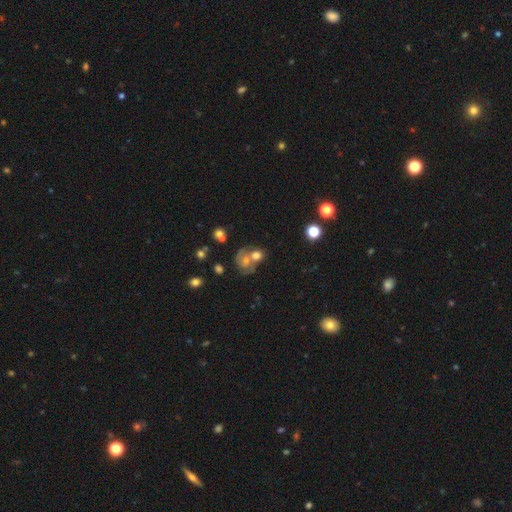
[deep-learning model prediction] The model was most divided on "smooth or featured": featured or disk: 46%, smooth: 41%, star or artifact: 13%. Remaining: merging — merger (47%).